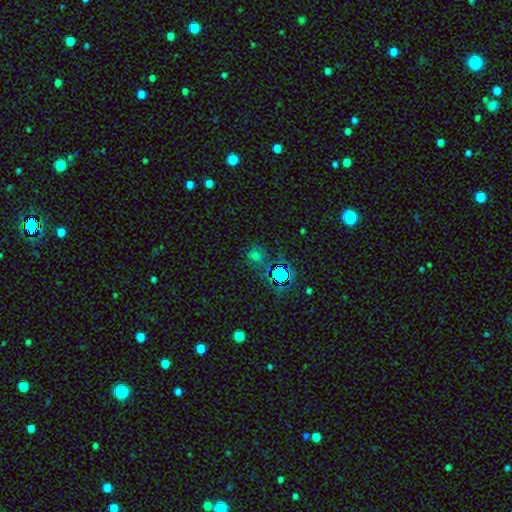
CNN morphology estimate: The model was most divided on "smooth or featured": star or artifact: 48%, smooth: 43%, featured or disk: 8%.